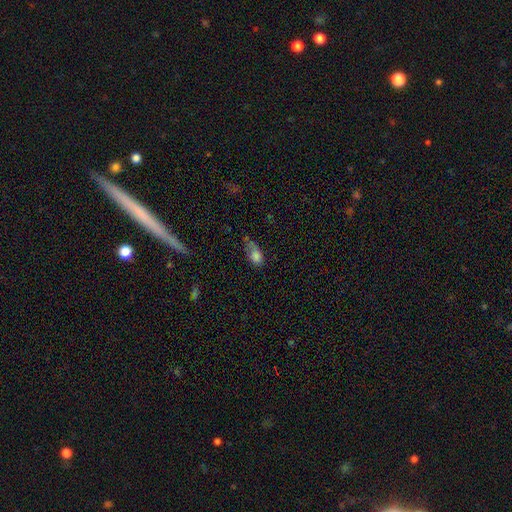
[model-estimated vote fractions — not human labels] Smooth or featured? Predicted: smooth (p=0.79). How rounded? Predicted: in between (p=0.83). Merging? Predicted: minor disturbance (p=0.36).